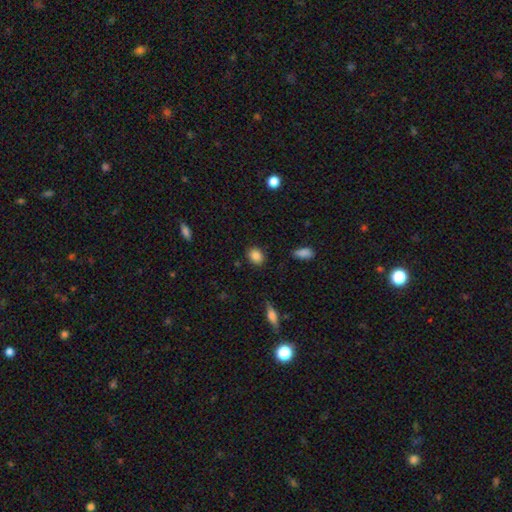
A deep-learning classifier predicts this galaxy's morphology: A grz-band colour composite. It shows a smooth galaxy with no disk features (86%) that is round (51%). Merging: none (87%).